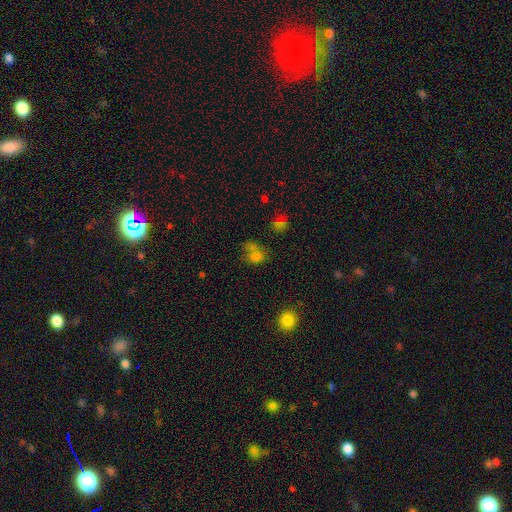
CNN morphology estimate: This is likely a smooth galaxy (72%). How rounded: possibly round (59%). Merging: marginally none (40%).